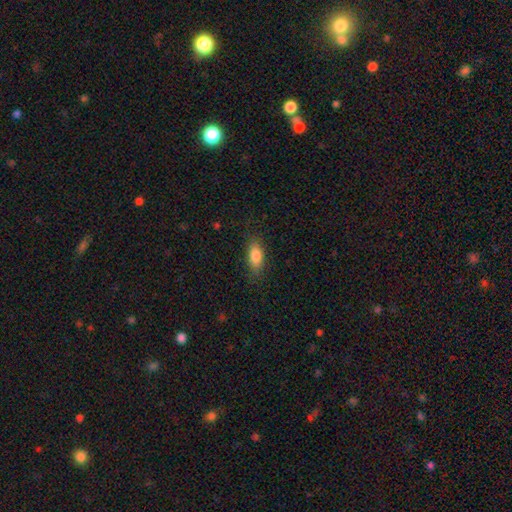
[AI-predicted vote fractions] A smooth galaxy with no disk features (82%) that is in between round and cigar-shaped (80%).

Vote fractions:
- Smooth or featured? smooth: 82% / featured or disk: 10% / star or artifact: 7%
- How rounded? in between: 80% / cigar-shaped: 16% / round: 4%
- Merging? none: 82% / minor disturbance: 13% / major disturbance: 4% / merger: 1%